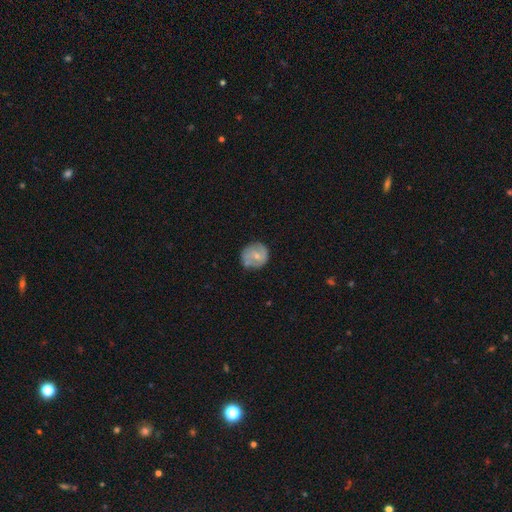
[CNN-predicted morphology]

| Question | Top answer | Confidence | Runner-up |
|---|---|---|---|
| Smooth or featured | smooth | 51% | featured or disk (42%) |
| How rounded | round | 86% | in between (13%) |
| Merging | none | 67% | minor disturbance (22%) |